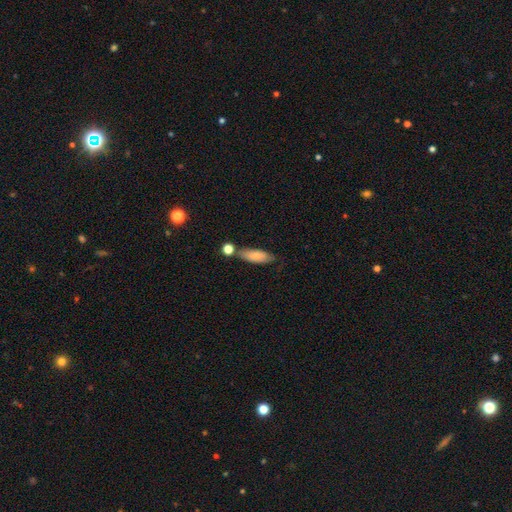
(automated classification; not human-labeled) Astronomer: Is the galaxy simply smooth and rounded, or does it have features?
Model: smooth — 78%.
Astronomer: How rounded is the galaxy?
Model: in between — 60% (runner-up: cigar-shaped, 37%).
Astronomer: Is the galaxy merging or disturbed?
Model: none — 62%.